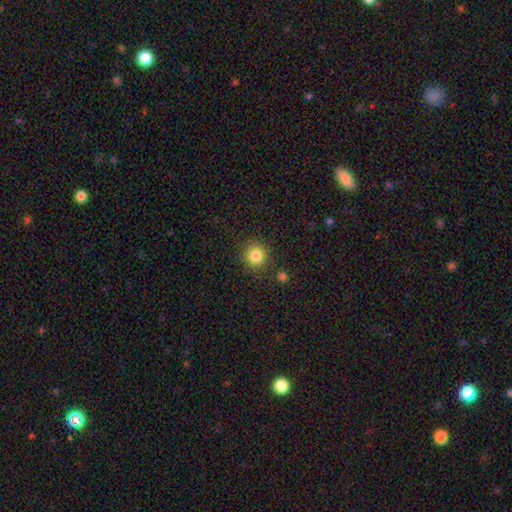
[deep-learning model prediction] smooth-or-featured: smooth: 84% | star or artifact: 11% | featured or disk: 5%
  how-rounded: round: 92% | in between: 8% | cigar-shaped: 1%
  merging: none: 87% | minor disturbance: 8% | merger: 3% | major disturbance: 3%